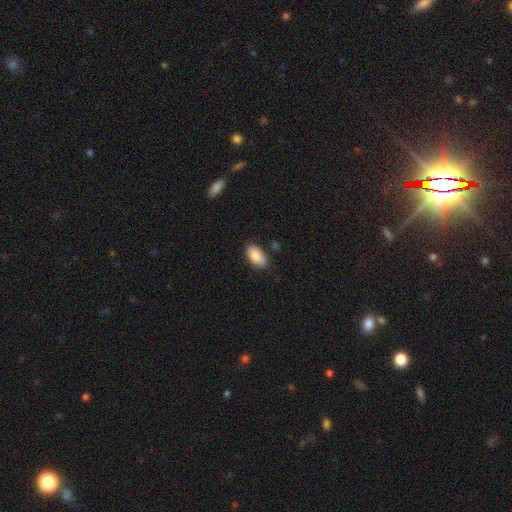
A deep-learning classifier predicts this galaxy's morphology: Smooth or featured? Predicted: smooth (p=0.85). How rounded? Predicted: in between (p=0.94). Merging? Predicted: none (p=0.82).